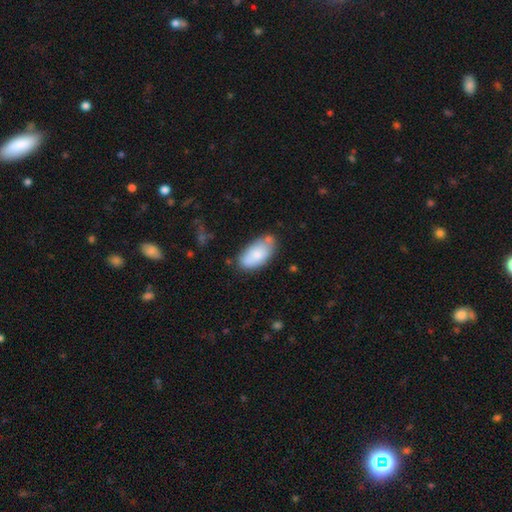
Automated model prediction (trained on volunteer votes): smooth-or-featured: smooth: 77% | featured or disk: 17% | star or artifact: 6%
  how-rounded: in between: 94% | cigar-shaped: 4% | round: 3%
  merging: none: 63% | minor disturbance: 23% | merger: 8% | major disturbance: 5%